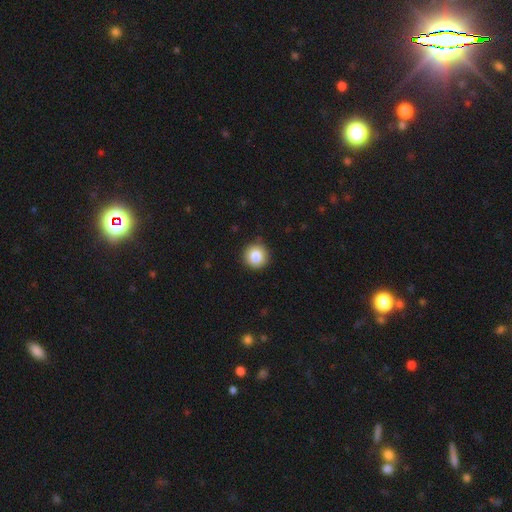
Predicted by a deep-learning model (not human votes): smooth_or_featured: smooth (p=0.83) [alt: star or artifact p=0.09]
how_rounded: round (p=0.95) [alt: in between p=0.04]
merging: none (p=0.91) [alt: minor disturbance p=0.06]